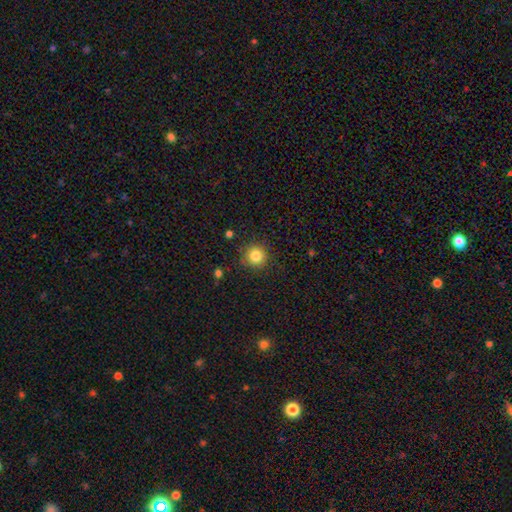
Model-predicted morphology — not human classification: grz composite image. It shows a smooth galaxy with no disk features (83%) that is round (94%). Merging: none (87%).